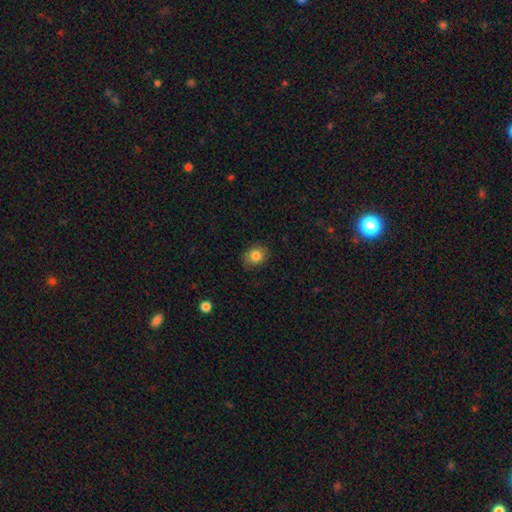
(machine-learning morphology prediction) This appears to be a smooth galaxy with no disk features (84%) that is round (63%). Merging: none (83%).